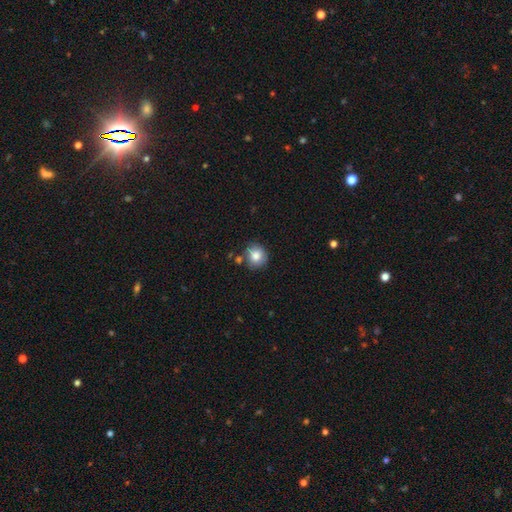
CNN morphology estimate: Smooth or featured: smooth — 80% (featured or disk — 11%)
How rounded: round — 87% (in between — 12%)
Merging: none — 72% (minor disturbance — 17%)